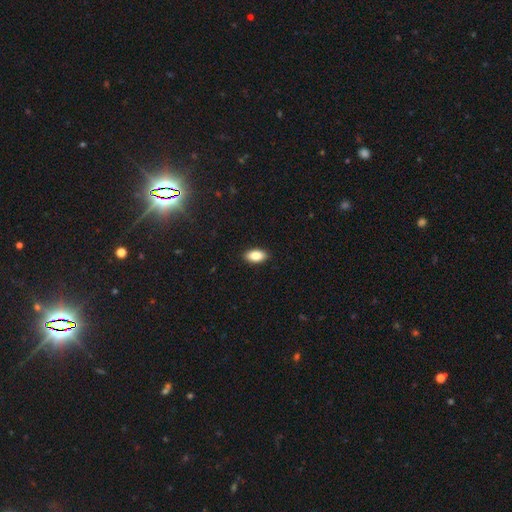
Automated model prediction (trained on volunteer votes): Overall: smooth (87%). How rounded: in between (93%). Merging: none (90%).